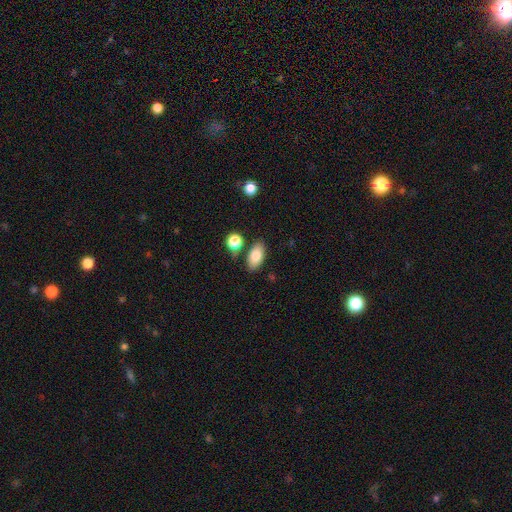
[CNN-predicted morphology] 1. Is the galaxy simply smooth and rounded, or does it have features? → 83% smooth, 9% featured or disk, 7% star or artifact.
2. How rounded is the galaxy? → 91% in between, 5% round, 3% cigar-shaped.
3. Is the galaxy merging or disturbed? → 76% none, 12% minor disturbance, 9% merger, 3% major disturbance.